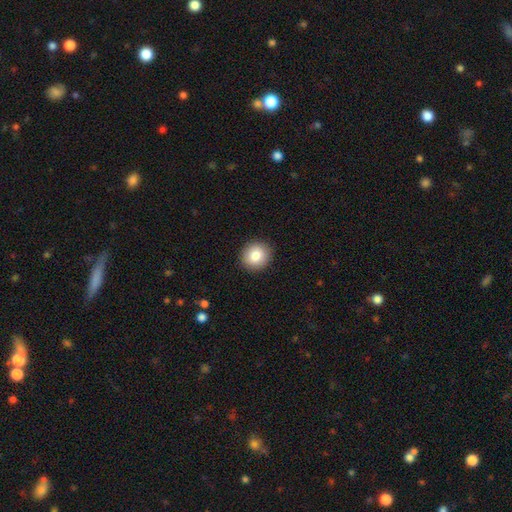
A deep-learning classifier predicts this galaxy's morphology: Smooth or featured: smooth — 84% (star or artifact — 9%)
How rounded: round — 86% (in between — 13%)
Merging: none — 91% (minor disturbance — 6%)